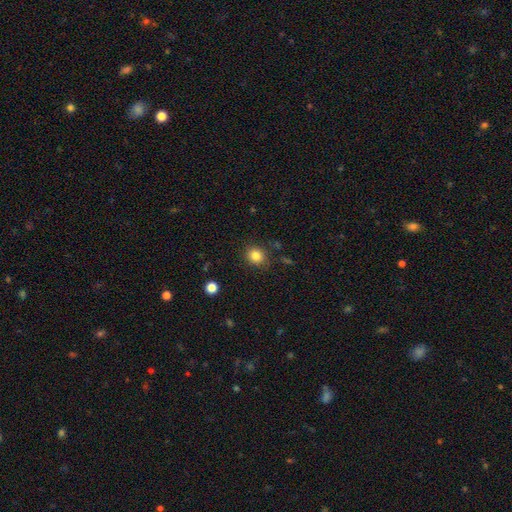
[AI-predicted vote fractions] A smooth galaxy with no disk features (83%) that is round (79%).

Vote fractions:
- Smooth or featured? smooth: 83% / star or artifact: 11% / featured or disk: 5%
- How rounded? round: 79% / in between: 20% / cigar-shaped: 1%
- Merging? none: 85% / minor disturbance: 10% / major disturbance: 3% / merger: 2%